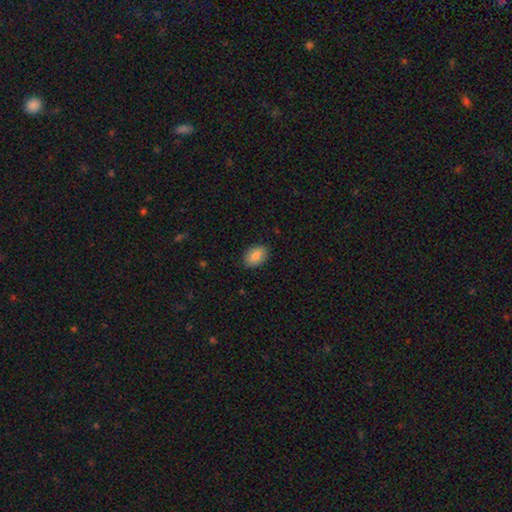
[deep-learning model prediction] A smooth galaxy with no disk features (83%) that is in between round and cigar-shaped (84%). Merging: none (88%).